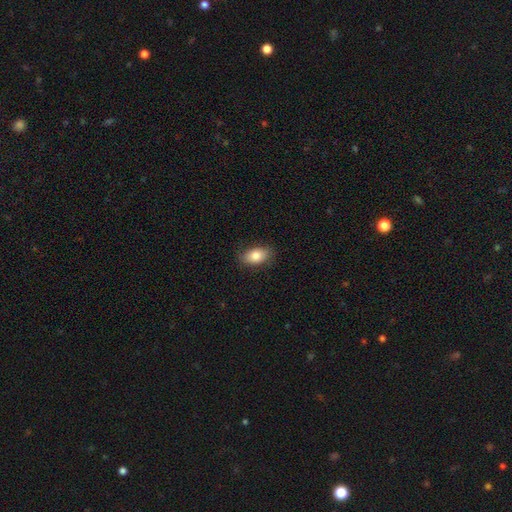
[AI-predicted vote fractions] This appears to be a smooth galaxy with no disk features (84%) that is in between round and cigar-shaped (90%). Merging: none (85%).